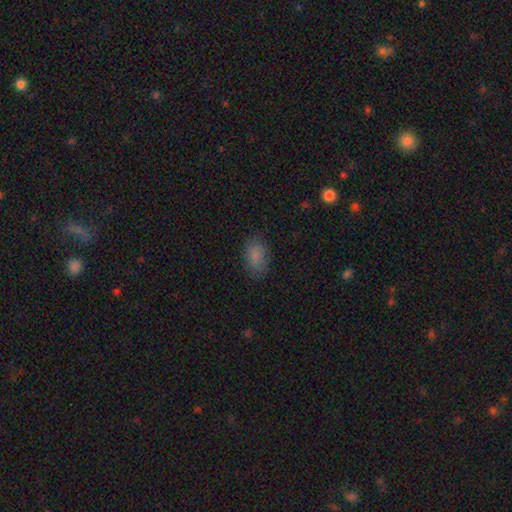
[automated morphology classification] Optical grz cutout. It shows a smooth galaxy with no disk features (85%) that is in between round and cigar-shaped (89%). Merging: none (80%).